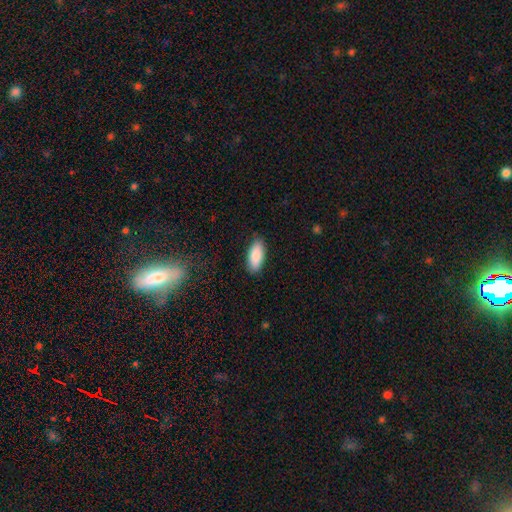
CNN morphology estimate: The model was most divided on "how rounded": in between: 85%, cigar-shaped: 13%, round: 2%. More confident: smooth or featured — smooth (88%); merging — none (85%).